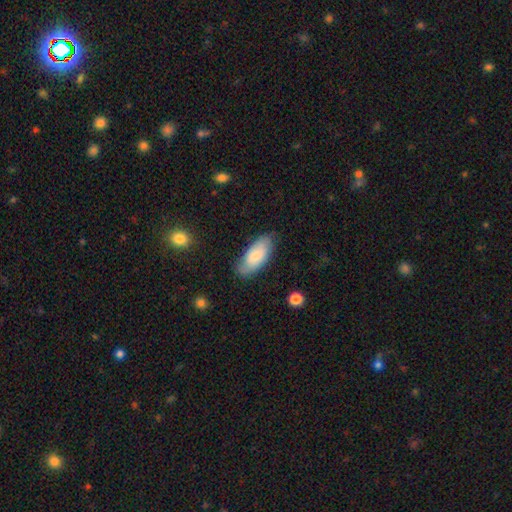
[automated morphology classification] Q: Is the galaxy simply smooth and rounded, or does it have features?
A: smooth — 74%.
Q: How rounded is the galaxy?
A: in between — 89%.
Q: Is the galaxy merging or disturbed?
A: none — 75%.